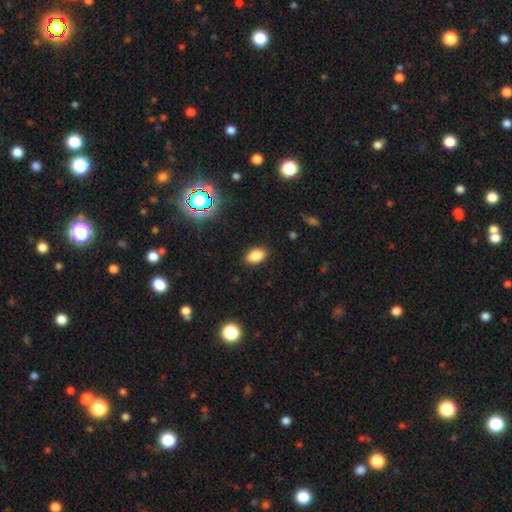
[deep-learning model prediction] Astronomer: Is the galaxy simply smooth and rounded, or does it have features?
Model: smooth — 83%.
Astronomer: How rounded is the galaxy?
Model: in between — 88%.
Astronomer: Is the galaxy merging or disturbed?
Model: none — 87%.